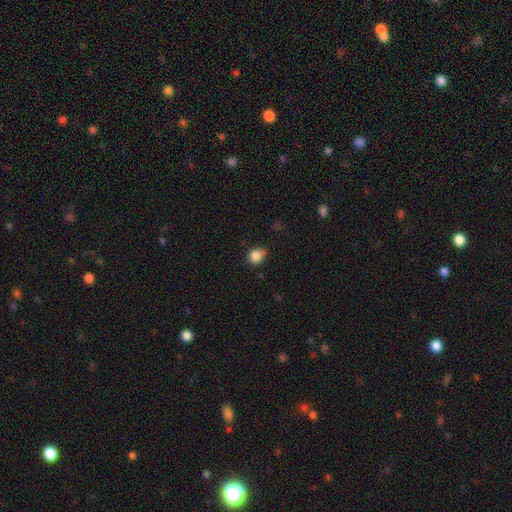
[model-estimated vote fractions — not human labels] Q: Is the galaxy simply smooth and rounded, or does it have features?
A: smooth — 85%.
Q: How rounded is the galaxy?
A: round — 66%.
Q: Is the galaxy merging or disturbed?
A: none — 68%.